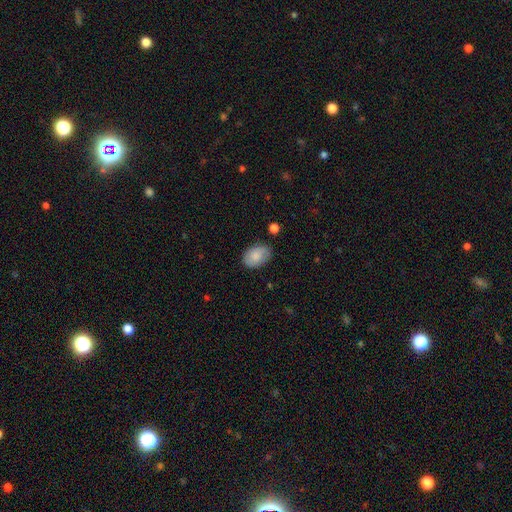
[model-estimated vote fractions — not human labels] Q: Smooth or featured?
A: smooth (78%); runner-up: featured or disk (15%)
Q: How rounded?
A: in between (84%); runner-up: round (15%)
Q: Merging?
A: none (77%); runner-up: minor disturbance (17%)